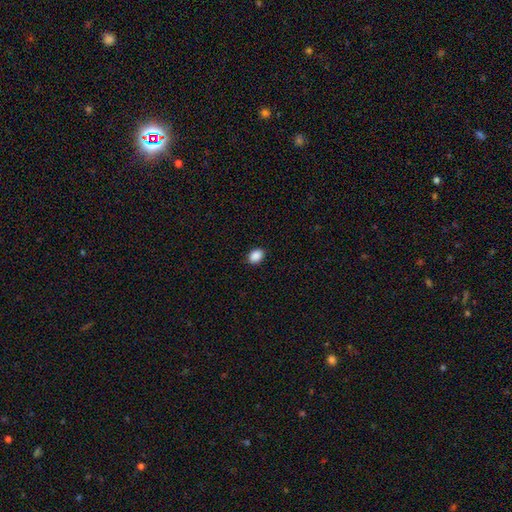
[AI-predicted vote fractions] smooth-or-featured: smooth: 89% | star or artifact: 8% | featured or disk: 2%
  how-rounded: in between: 68% | round: 31% | cigar-shaped: 1%
  merging: none: 89% | minor disturbance: 8% | major disturbance: 2% | merger: 1%